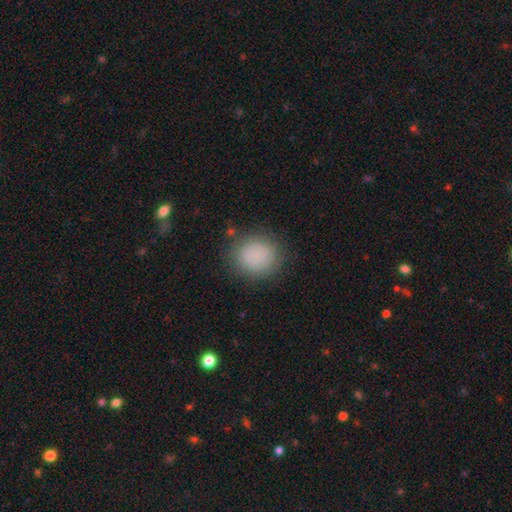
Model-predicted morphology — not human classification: A smooth galaxy with no disk features (85%) that is round (82%). Merging: none (83%).